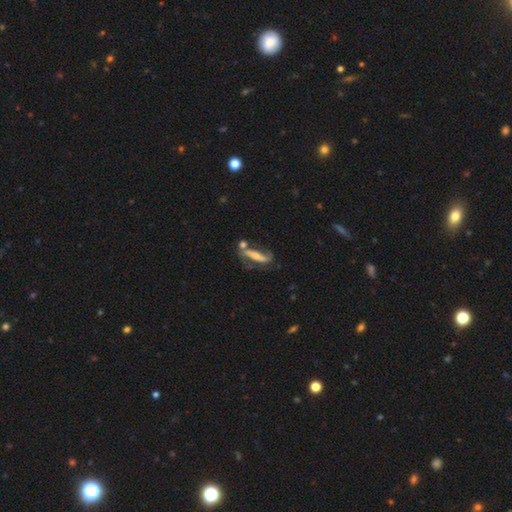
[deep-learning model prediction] A featured or disk galaxy (58%). Merging: none (39%).